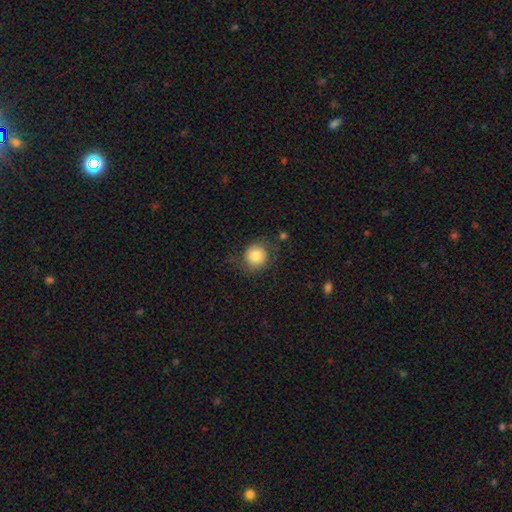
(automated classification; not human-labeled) smooth 78%, featured or disk 14%, star or artifact 8%. Down the decision tree: how rounded — round (87%); merging — none (71%).